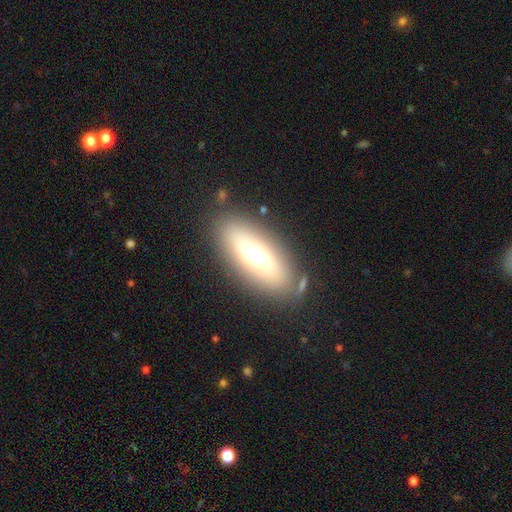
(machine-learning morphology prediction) Smooth or featured? Predicted: smooth (p=0.57). How rounded? Predicted: in between (p=0.76). Merging? Predicted: none (p=0.81).